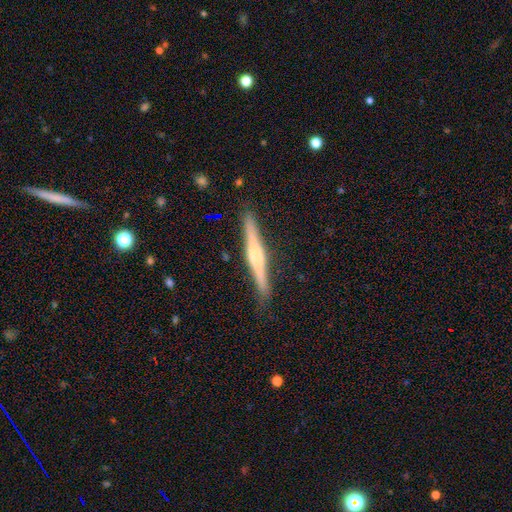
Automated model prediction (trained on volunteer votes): Smooth or featured? Predicted: featured or disk (p=0.68). Edge-on disk? Predicted: yes (p=0.98). Edge-on bulge? Predicted: rounded (p=0.57). Merging? Predicted: none (p=0.89).